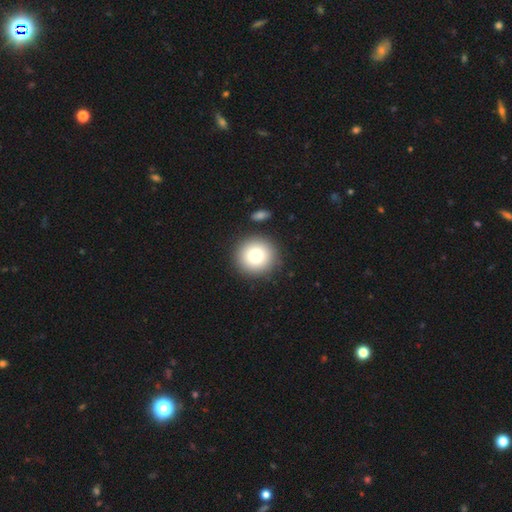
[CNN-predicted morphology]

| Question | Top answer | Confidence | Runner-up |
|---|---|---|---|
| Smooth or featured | smooth | 77% | featured or disk (12%) |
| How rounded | round | 94% | in between (5%) |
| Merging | none | 88% | minor disturbance (7%) |